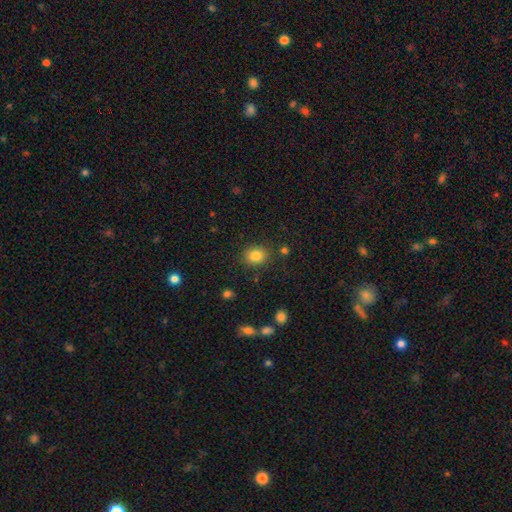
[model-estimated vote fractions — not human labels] A smooth galaxy with no disk features (82%) that is round (58%). Merging: none (85%).